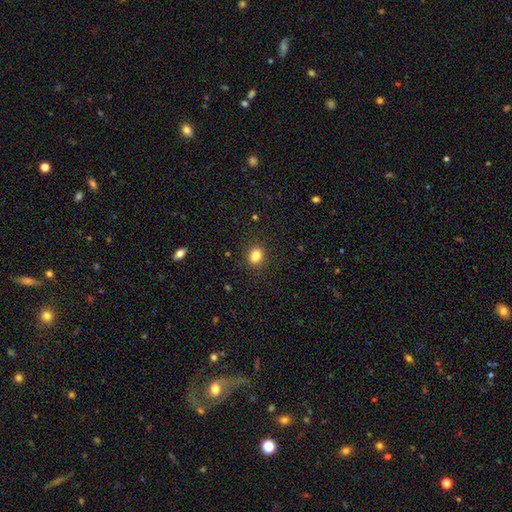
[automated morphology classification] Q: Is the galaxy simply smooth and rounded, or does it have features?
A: smooth — 83%.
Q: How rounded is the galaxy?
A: round — 56%.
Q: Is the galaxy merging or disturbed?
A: none — 89%.